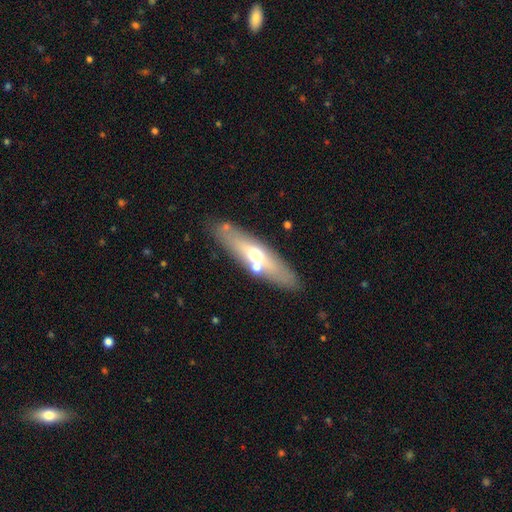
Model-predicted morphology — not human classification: This appears to be a smooth galaxy with no disk features (49%). Merging: none (77%).